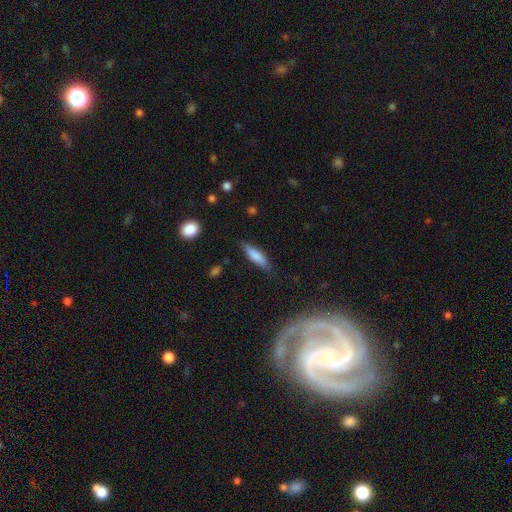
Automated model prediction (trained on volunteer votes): This is likely a smooth galaxy (77%). How rounded: likely cigar-shaped (66%). Merging: clearly none (81%).